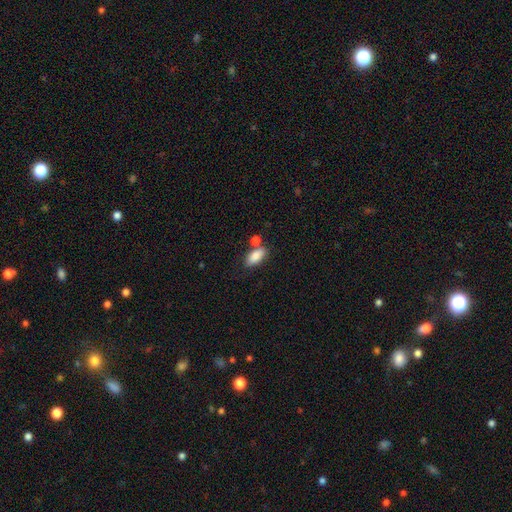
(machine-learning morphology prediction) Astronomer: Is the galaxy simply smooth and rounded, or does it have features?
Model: smooth — 86%.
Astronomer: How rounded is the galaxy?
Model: in between — 88%.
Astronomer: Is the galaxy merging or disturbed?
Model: none — 63%.